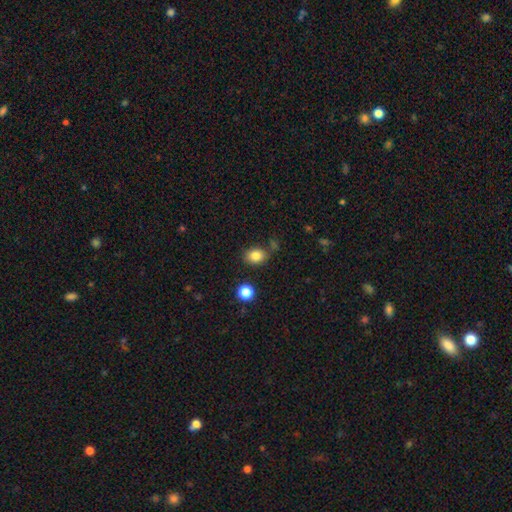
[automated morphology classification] The model was most divided on "how rounded": in between: 54%, round: 45%, cigar-shaped: 1%. More confident: smooth or featured — smooth (84%); merging — none (75%).